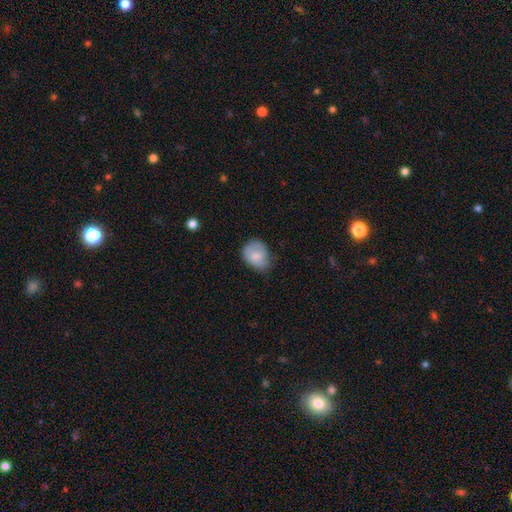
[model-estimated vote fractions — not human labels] The model was most divided on "how rounded": in between: 53%, round: 46%, cigar-shaped: 1%. Remaining: smooth or featured — smooth (72%); merging — none (50%).